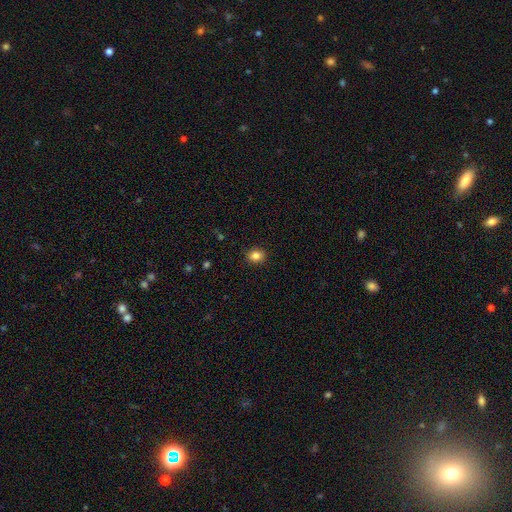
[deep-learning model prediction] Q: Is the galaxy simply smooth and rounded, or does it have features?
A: smooth — 85%.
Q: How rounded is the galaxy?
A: round — 57%.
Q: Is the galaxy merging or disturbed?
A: none — 90%.